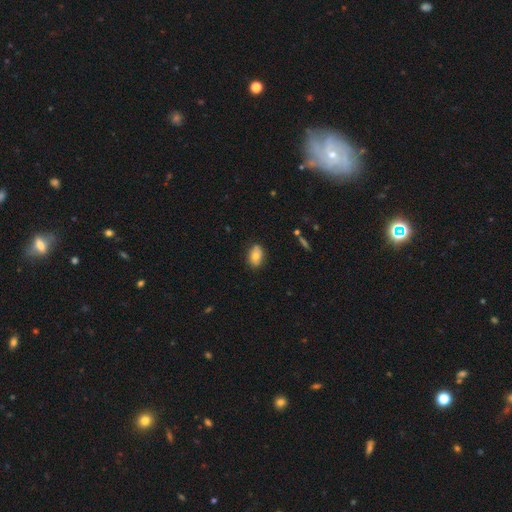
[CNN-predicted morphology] Smooth or featured?
  - smooth: 74% *
  - featured or disk: 17%
  - star or artifact: 9%
How rounded?
  - in between: 84% *
  - round: 15%
  - cigar-shaped: 2%
Merging?
  - none: 82% *
  - minor disturbance: 14%
  - major disturbance: 2%
  - merger: 1%